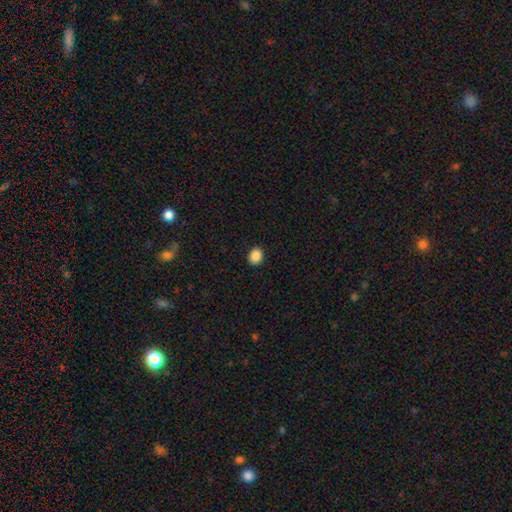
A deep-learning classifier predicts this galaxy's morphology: smooth_or_featured: smooth (p=0.88) [alt: star or artifact p=0.09]
how_rounded: round (p=0.56) [alt: in between p=0.43]
merging: none (p=0.91) [alt: minor disturbance p=0.06]